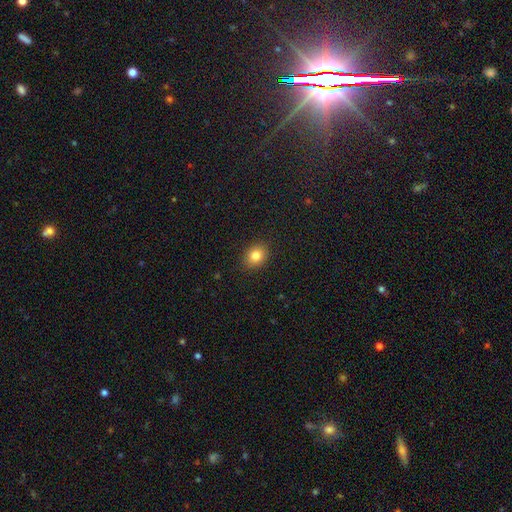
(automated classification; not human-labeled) The model was most divided on "how rounded": round: 55%, in between: 44%, cigar-shaped: 1%. More confident: merging — none (90%); smooth or featured — smooth (83%).